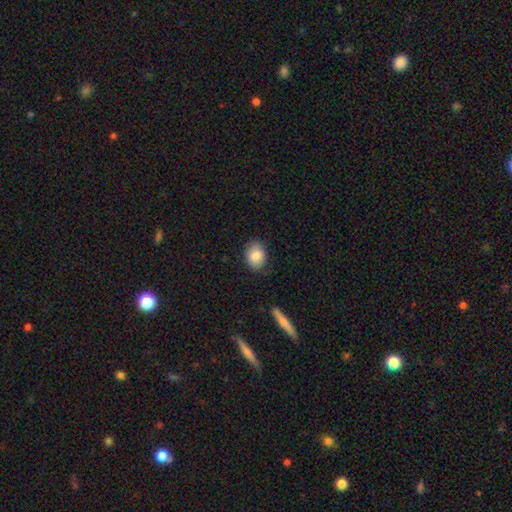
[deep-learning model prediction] A smooth galaxy with no disk features (85%) that is in between round and cigar-shaped (74%).

Vote fractions:
- Smooth or featured? smooth: 85% / featured or disk: 7% / star or artifact: 7%
- How rounded? in between: 74% / round: 25% / cigar-shaped: 1%
- Merging? none: 78% / minor disturbance: 17% / major disturbance: 3% / merger: 1%